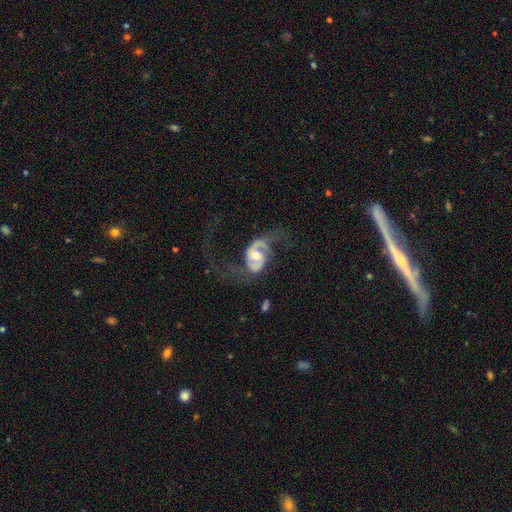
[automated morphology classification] smooth_or_featured: featured or disk (p=0.86) [alt: smooth p=0.09]
disk_edge_on: no (p=0.97) [alt: yes p=0.03]
bar: no (p=0.51) [alt: weak p=0.35]
has_spiral_arms: yes (p=0.93) [alt: no p=0.07]
spiral_winding: loose (p=0.54) [alt: medium p=0.35]
spiral_arm_count: 2 (p=0.85) [alt: 1 p=0.09]
bulge_size: moderate (p=0.71) [alt: small p=0.18]
merging: none (p=0.41) [alt: major disturbance p=0.40]